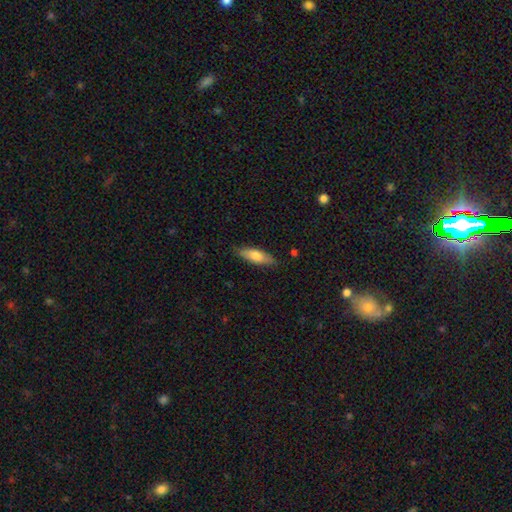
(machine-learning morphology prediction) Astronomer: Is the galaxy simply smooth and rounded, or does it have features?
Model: smooth — 72%.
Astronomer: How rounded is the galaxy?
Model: in between — 55% (runner-up: cigar-shaped, 43%).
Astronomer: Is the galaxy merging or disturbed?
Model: none — 83%.